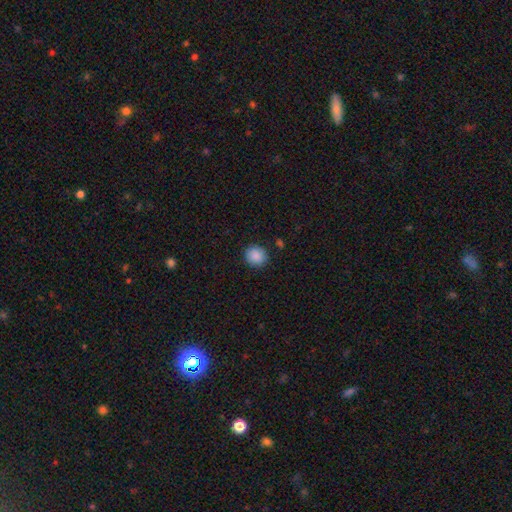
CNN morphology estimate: A smooth galaxy with no disk features (89%) that is round (87%).

Vote fractions:
- Smooth or featured? smooth: 89% / star or artifact: 8% / featured or disk: 3%
- How rounded? round: 87% / in between: 12% / cigar-shaped: 1%
- Merging? none: 88% / minor disturbance: 8% / major disturbance: 2% / merger: 2%